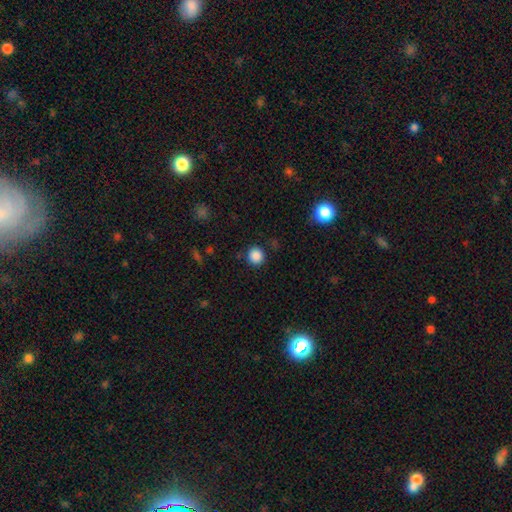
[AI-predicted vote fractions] Q: Smooth or featured?
A: smooth (86%); runner-up: star or artifact (11%)
Q: How rounded?
A: round (92%); runner-up: in between (7%)
Q: Merging?
A: none (88%); runner-up: minor disturbance (7%)